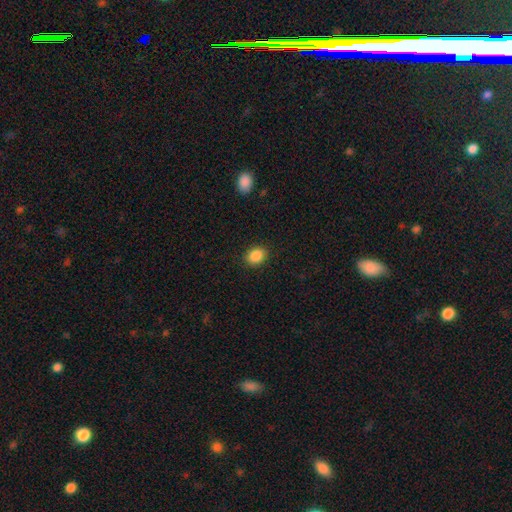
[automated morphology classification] This is clearly a smooth galaxy (88%). How rounded: likely in between (61%). Merging: clearly none (89%).